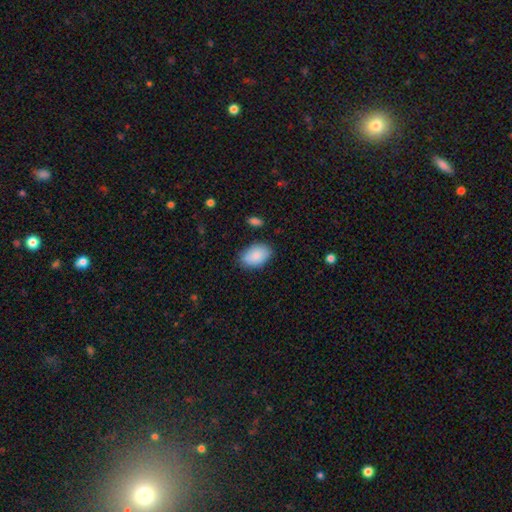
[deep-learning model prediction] The model was most divided on "merging": none: 79%, minor disturbance: 16%, major disturbance: 3%, merger: 2%. More confident: how rounded — in between (90%); smooth or featured — smooth (86%).